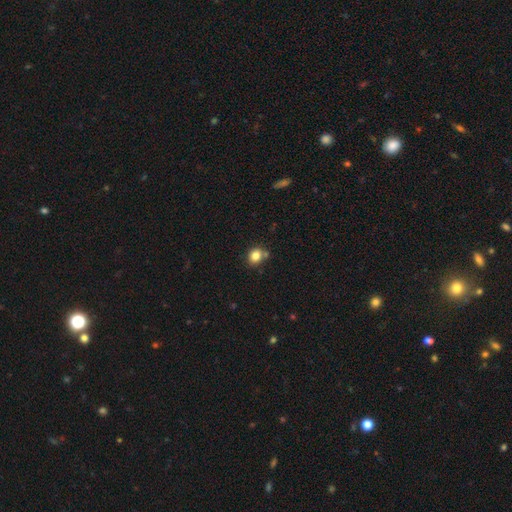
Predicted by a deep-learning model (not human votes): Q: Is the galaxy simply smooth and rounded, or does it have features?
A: smooth — 82%.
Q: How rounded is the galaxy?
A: round — 66%.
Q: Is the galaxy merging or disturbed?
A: none — 73%.